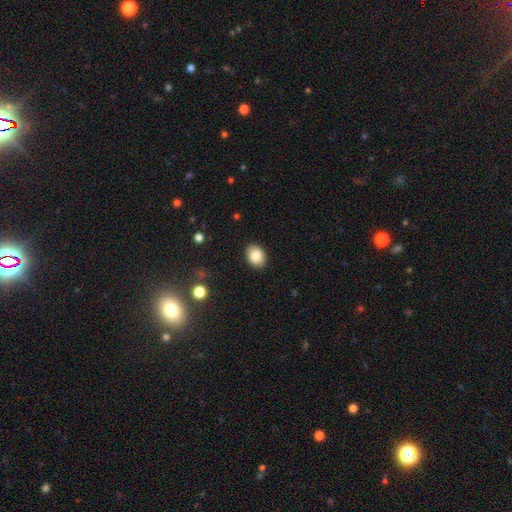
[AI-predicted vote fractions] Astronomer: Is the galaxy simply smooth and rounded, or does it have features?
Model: smooth — 84%.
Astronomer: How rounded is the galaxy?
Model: in between — 70%.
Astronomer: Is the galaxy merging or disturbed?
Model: none — 90%.